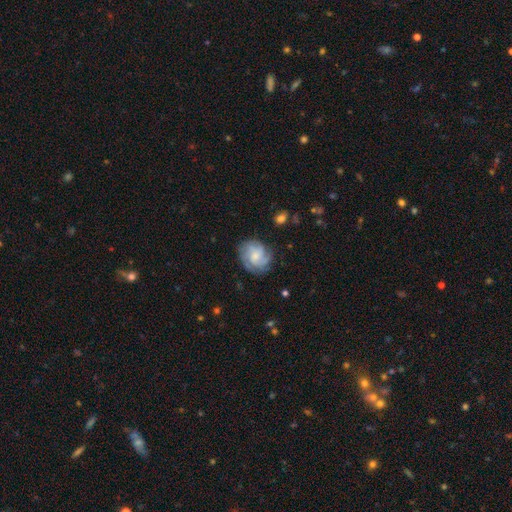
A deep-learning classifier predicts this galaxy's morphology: Smooth or featured? Predicted: featured or disk (p=0.70). Edge-on disk? Predicted: no (p=0.98). Bar? Predicted: no (p=0.68). Spiral arms? Predicted: yes (p=0.94). Spiral winding? Predicted: tight (p=0.55). Spiral arm count? Predicted: 3 (p=0.30). Bulge size? Predicted: small (p=0.42). Merging? Predicted: none (p=0.75).